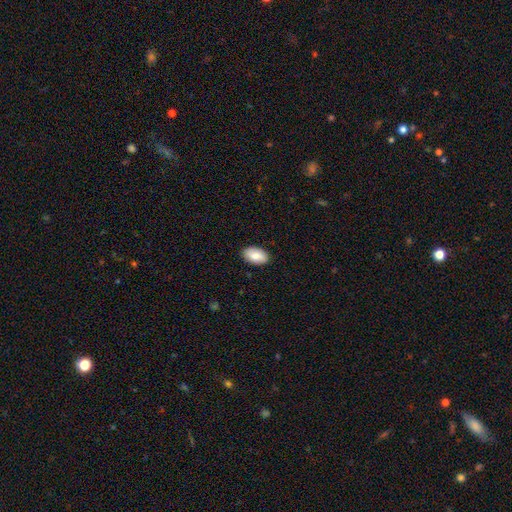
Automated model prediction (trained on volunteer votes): Smooth or featured? Predicted: smooth (p=0.83). How rounded? Predicted: in between (p=0.94). Merging? Predicted: none (p=0.88).